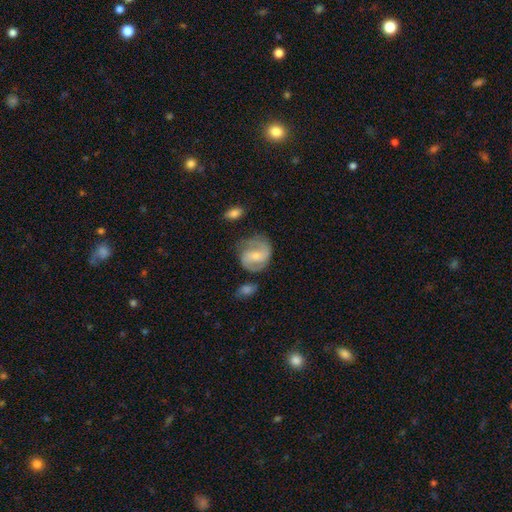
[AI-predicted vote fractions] Smooth or featured: featured or disk — 64% (smooth — 29%)
Edge-on disk: no — 97% (yes — 3%)
Bar: weak — 44% (no — 33%)
Spiral arms: yes — 86% (no — 14%)
Spiral winding: medium — 47% (loose — 28%)
Spiral arm count: 2 — 79% (can't tell — 11%)
Bulge size: small — 55% (moderate — 36%)
Merging: none — 59% (minor disturbance — 24%)